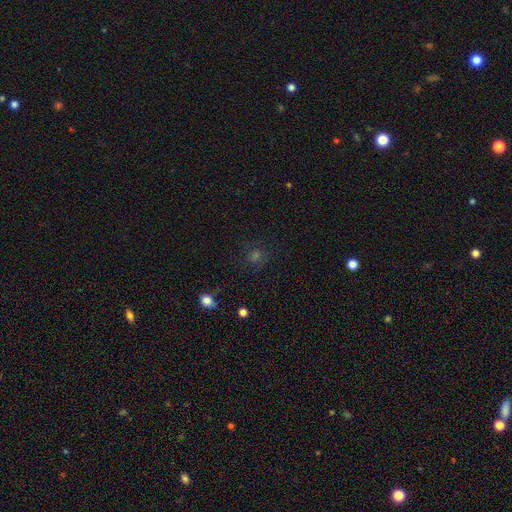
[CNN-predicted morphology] smooth 46%, star or artifact 39%, featured or disk 15%. Down the decision tree: merging — none (78%).